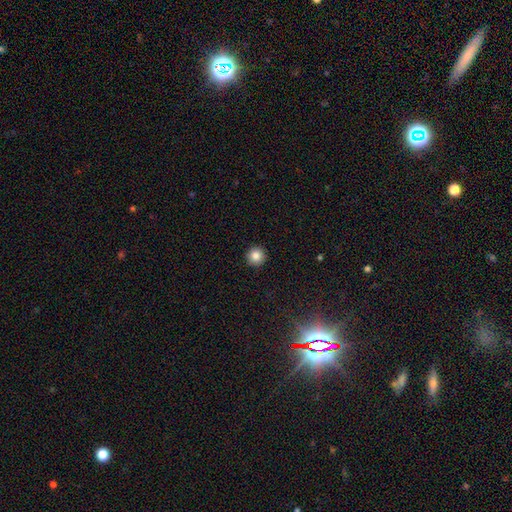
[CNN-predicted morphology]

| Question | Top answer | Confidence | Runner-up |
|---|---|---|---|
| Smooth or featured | smooth | 84% | star or artifact (10%) |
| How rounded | round | 96% | in between (3%) |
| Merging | none | 93% | minor disturbance (4%) |